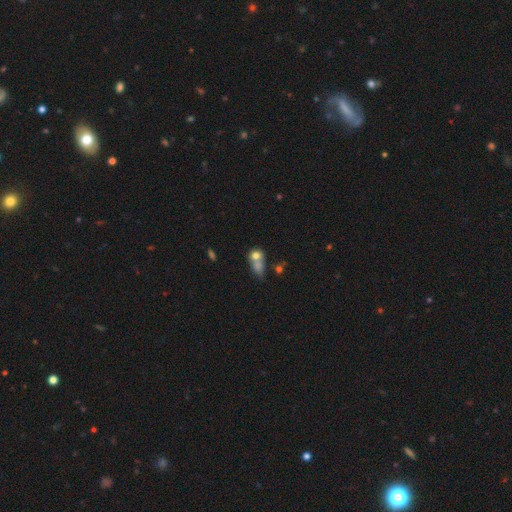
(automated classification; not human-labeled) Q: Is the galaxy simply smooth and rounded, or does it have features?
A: smooth — 73%.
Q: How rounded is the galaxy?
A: round — 63%.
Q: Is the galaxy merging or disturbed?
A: merger — 57%.